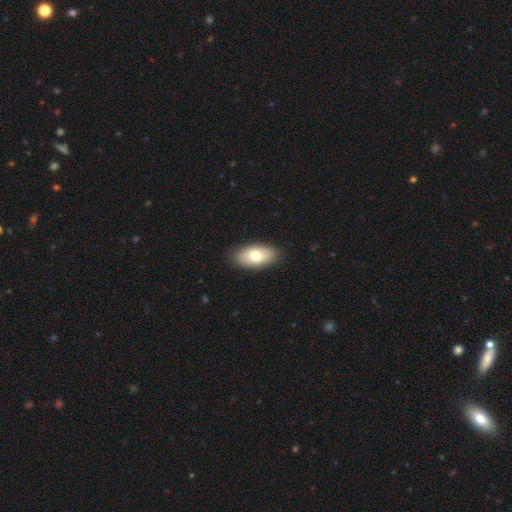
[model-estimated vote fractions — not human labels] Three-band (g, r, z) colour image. It shows a smooth galaxy with no disk features (74%) that is in between round and cigar-shaped (93%). Merging: none (88%).